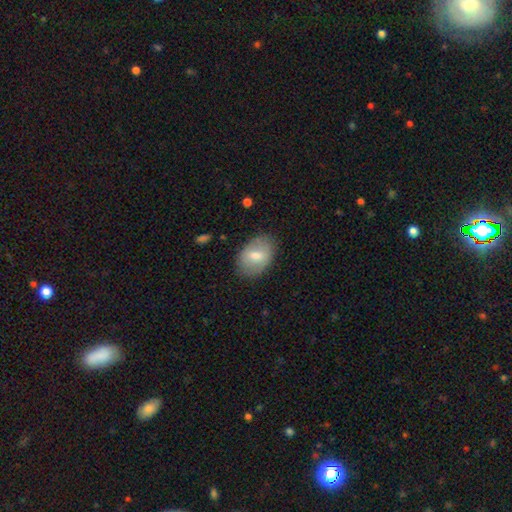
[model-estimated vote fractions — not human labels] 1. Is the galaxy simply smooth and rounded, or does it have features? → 68% smooth, 25% featured or disk, 7% star or artifact.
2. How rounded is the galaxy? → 86% in between, 13% round, 1% cigar-shaped.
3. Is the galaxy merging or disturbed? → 82% none, 14% minor disturbance, 4% major disturbance, 1% merger.